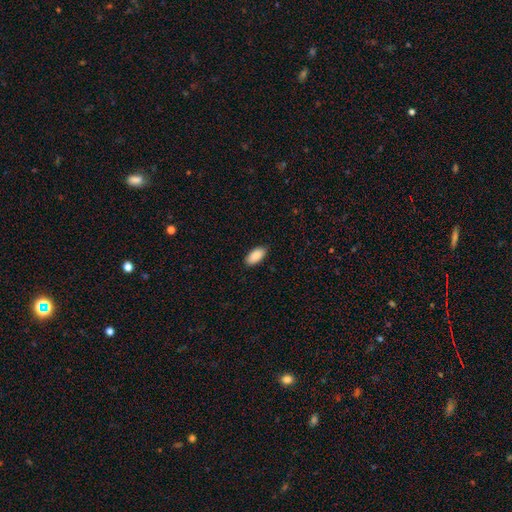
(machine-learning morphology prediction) Smooth or featured? Predicted: smooth (p=0.90). How rounded? Predicted: in between (p=0.93). Merging? Predicted: none (p=0.88).